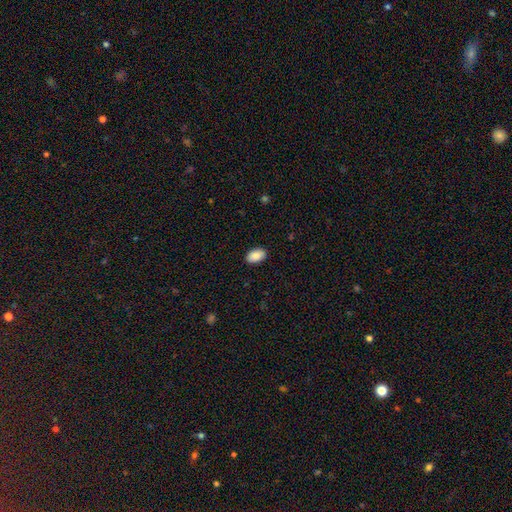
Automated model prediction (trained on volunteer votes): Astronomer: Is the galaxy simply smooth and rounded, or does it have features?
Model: smooth — 88%.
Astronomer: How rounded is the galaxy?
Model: in between — 93%.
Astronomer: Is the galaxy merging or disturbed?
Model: none — 90%.